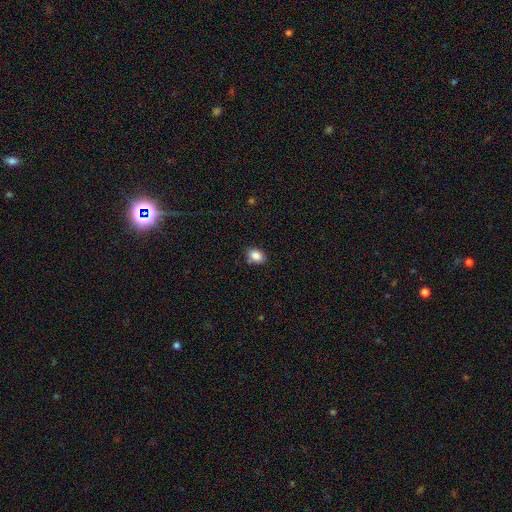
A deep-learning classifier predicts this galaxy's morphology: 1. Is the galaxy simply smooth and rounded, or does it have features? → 86% smooth, 9% star or artifact, 5% featured or disk.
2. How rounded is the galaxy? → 78% in between, 21% round, 1% cigar-shaped.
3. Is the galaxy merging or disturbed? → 82% none, 13% minor disturbance, 3% major disturbance, 2% merger.